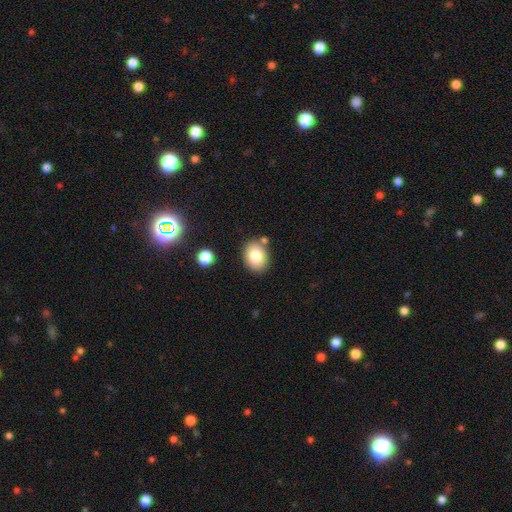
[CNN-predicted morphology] Smooth or featured: smooth — 81% (featured or disk — 10%)
How rounded: in between — 61% (round — 38%)
Merging: none — 80% (minor disturbance — 11%)